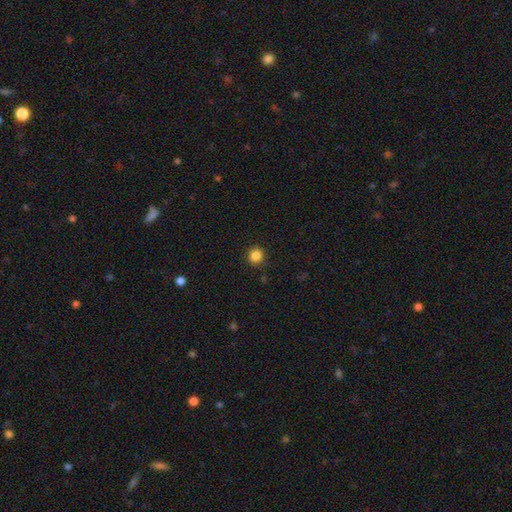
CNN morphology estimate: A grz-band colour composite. It shows a smooth galaxy with no disk features (85%) that is round (92%). Merging: none (91%).